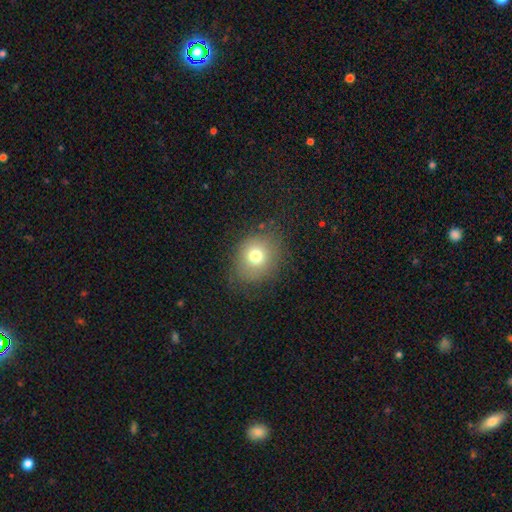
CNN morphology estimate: A smooth galaxy with no disk features (73%) that is round (67%). Merging: none (75%).